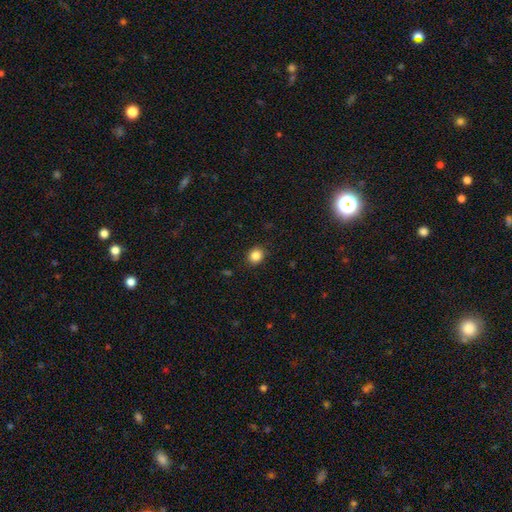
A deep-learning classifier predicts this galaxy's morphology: The model was most divided on "how rounded": round: 75%, in between: 24%, cigar-shaped: 1%. More confident: merging — none (90%); smooth or featured — smooth (85%).